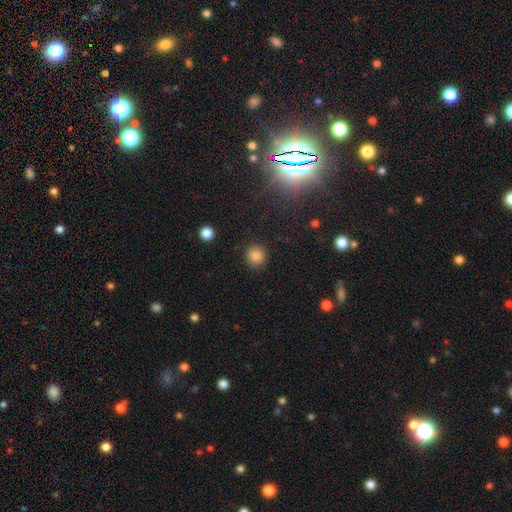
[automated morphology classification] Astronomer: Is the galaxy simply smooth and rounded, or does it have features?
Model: smooth — 84%.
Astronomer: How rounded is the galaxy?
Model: round — 93%.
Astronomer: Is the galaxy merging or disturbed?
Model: none — 91%.